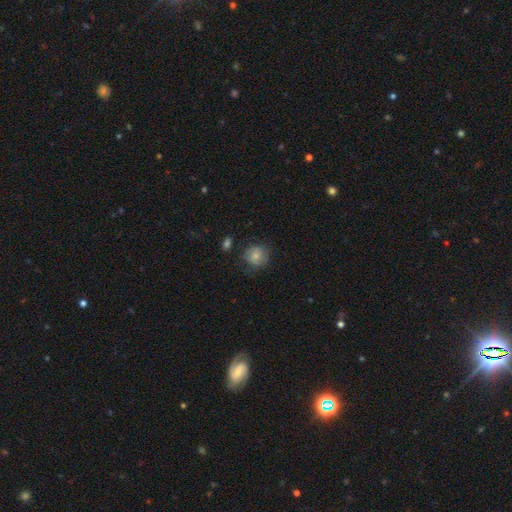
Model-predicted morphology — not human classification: Smooth or featured: smooth — 75% (featured or disk — 16%)
How rounded: round — 81% (in between — 18%)
Merging: none — 68% (minor disturbance — 22%)